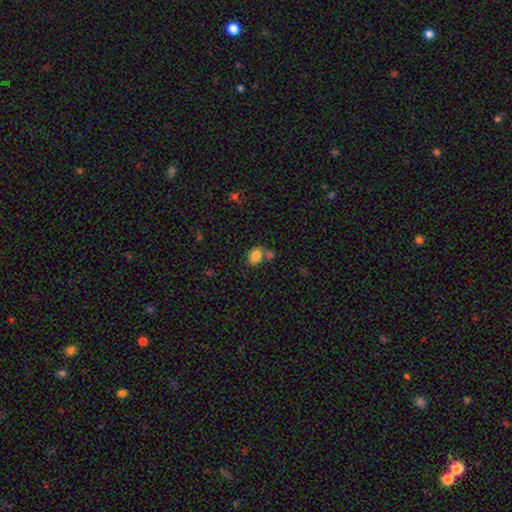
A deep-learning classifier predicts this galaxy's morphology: The model was most divided on "how rounded": in between: 64%, round: 35%, cigar-shaped: 1%. More confident: smooth or featured — smooth (83%); merging — none (56%).